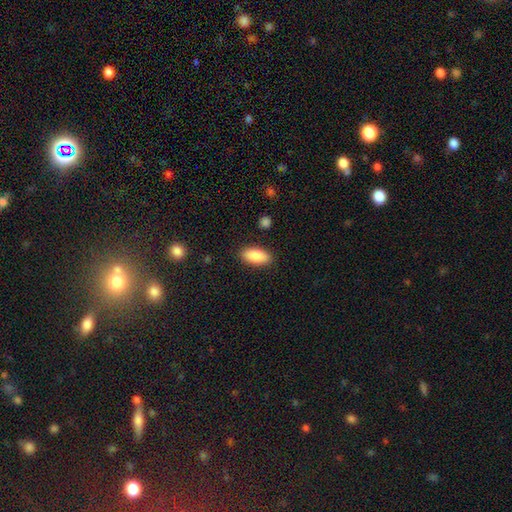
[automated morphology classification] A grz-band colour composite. It shows a smooth galaxy with no disk features (87%) that is in between round and cigar-shaped (88%). Merging: none (87%).